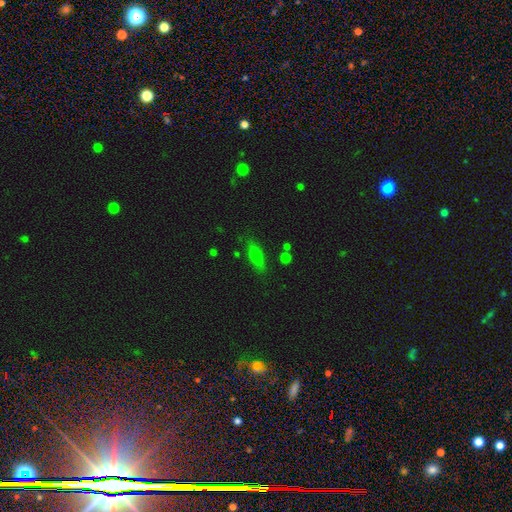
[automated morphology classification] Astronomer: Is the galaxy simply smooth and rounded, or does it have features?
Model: smooth — 64%.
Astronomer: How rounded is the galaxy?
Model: in between — 53% (runner-up: cigar-shaped, 42%).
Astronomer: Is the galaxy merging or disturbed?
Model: none — 80%.